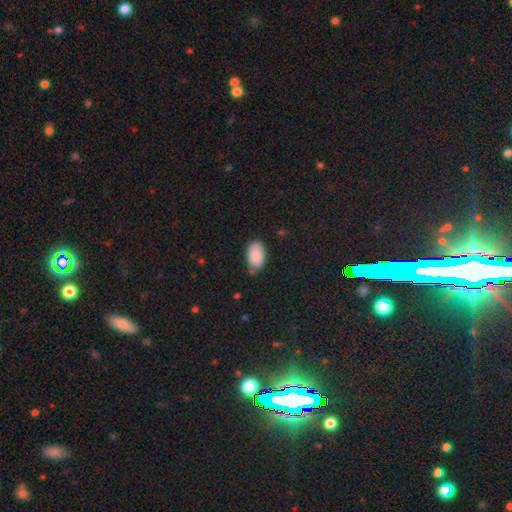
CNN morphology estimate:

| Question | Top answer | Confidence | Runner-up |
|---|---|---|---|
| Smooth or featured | smooth | 89% | star or artifact (7%) |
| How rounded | in between | 94% | round (5%) |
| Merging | none | 69% | minor disturbance (24%) |